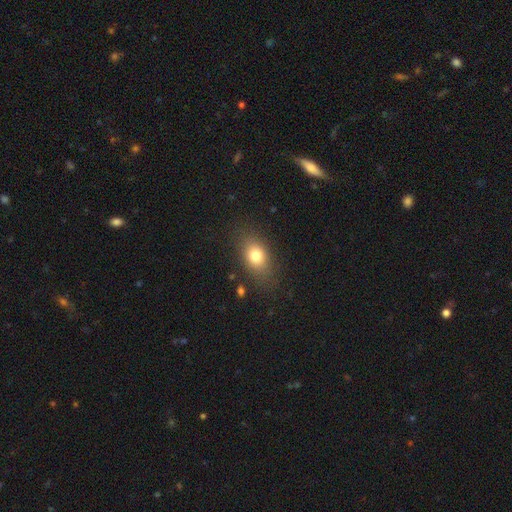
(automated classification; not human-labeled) Q: Smooth or featured?
A: smooth (77%); runner-up: featured or disk (12%)
Q: How rounded?
A: in between (74%); runner-up: round (24%)
Q: Merging?
A: none (81%); runner-up: minor disturbance (13%)